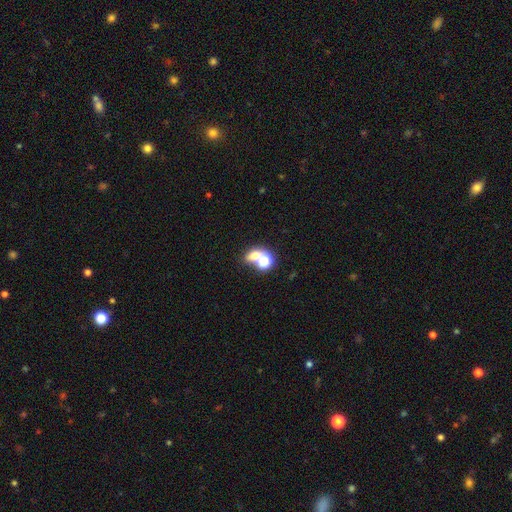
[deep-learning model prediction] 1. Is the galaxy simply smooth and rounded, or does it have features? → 60% smooth, 24% star or artifact, 16% featured or disk.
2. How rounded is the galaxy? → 51% in between, 46% round, 2% cigar-shaped.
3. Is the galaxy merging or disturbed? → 48% merger, 38% none, 8% minor disturbance, 6% major disturbance.